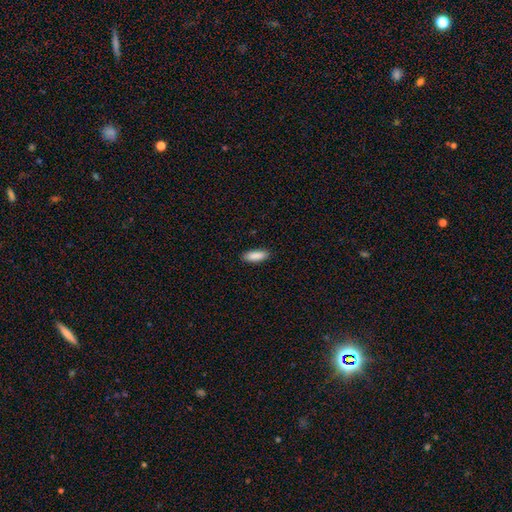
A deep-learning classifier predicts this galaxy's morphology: The model was most divided on "how rounded": in between: 68%, cigar-shaped: 31%, round: 2%. More confident: smooth or featured — smooth (90%); merging — none (90%).